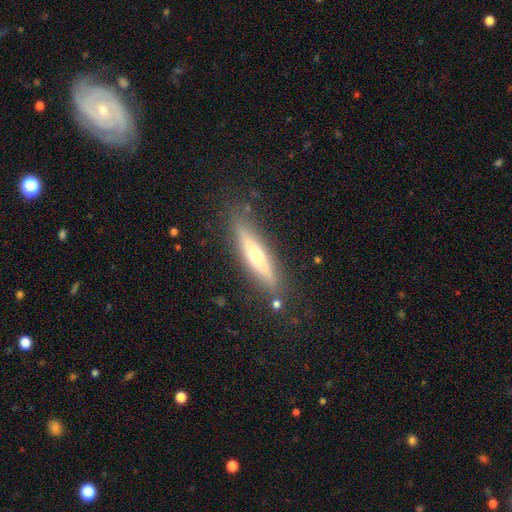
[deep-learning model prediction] Smooth or featured?
  - featured or disk: 57% *
  - smooth: 36%
  - star or artifact: 7%
Edge-on disk?
  - yes: 92% *
  - no: 8%
Edge-on bulge?
  - rounded: 87% *
  - none: 9%
  - boxy: 4%
Merging?
  - none: 83% *
  - minor disturbance: 11%
  - major disturbance: 3%
  - merger: 3%